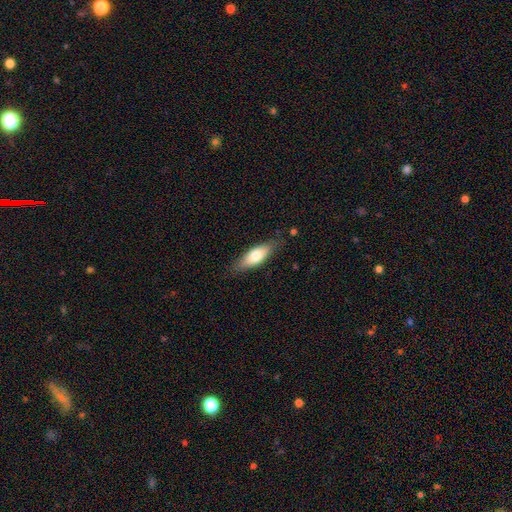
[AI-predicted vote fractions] Morphology: type=smooth (70%); roundness=in between (62%); merging=none (81%).